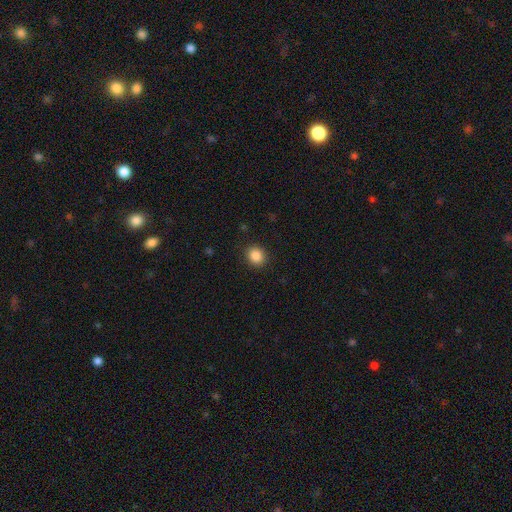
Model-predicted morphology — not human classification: Overall: smooth (87%). How rounded: round (77%). Merging: none (90%).